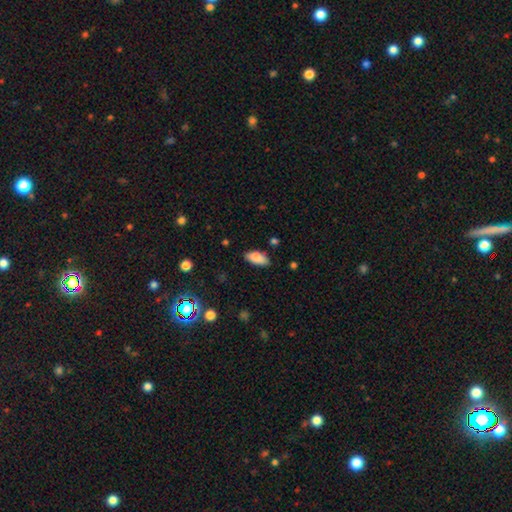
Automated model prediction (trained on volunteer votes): smooth 83%, featured or disk 9%, star or artifact 8%. Down the decision tree: how rounded — in between (85%); merging — none (79%).